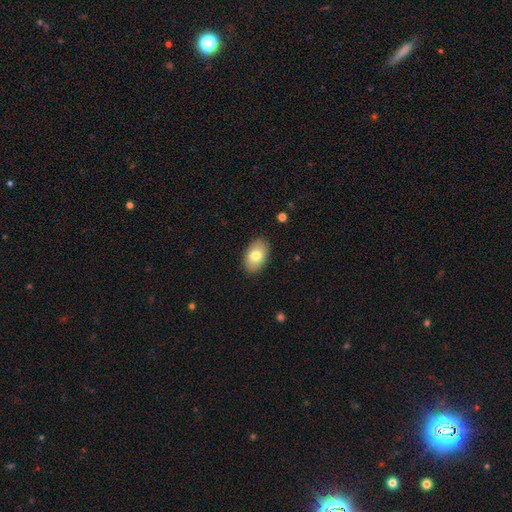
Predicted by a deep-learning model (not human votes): The model was most divided on "smooth or featured": smooth: 77%, featured or disk: 16%, star or artifact: 7%. More confident: how rounded — in between (91%); merging — none (88%).